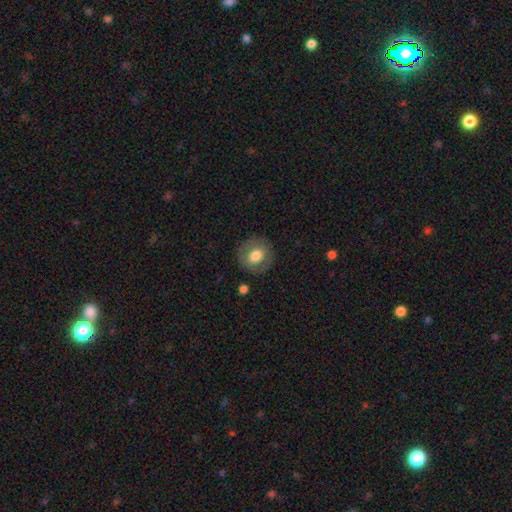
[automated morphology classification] Q: Smooth or featured?
A: smooth (69%); runner-up: featured or disk (23%)
Q: How rounded?
A: round (83%); runner-up: in between (16%)
Q: Merging?
A: none (85%); runner-up: minor disturbance (10%)